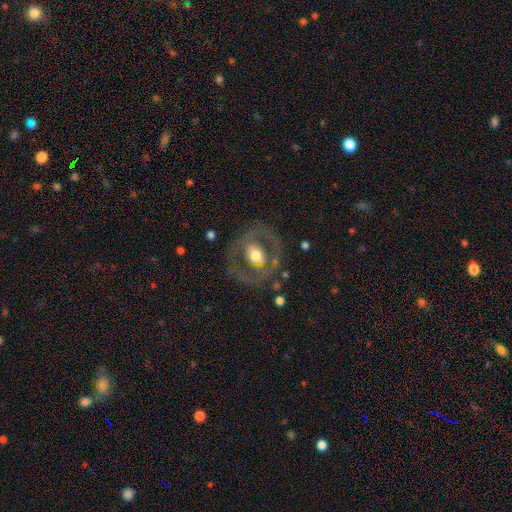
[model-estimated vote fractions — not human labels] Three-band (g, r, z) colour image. It shows a featured or disk galaxy (58%) with no bar (64%), no spiral arms (79%) and a moderate central bulge (59%). Merging: none (74%).